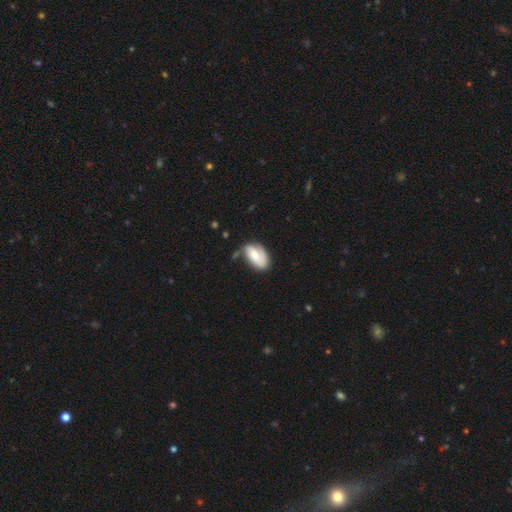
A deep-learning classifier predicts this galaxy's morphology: Smooth or featured?
  - smooth: 54% *
  - featured or disk: 39%
  - star or artifact: 7%
How rounded?
  - in between: 92% *
  - round: 5%
  - cigar-shaped: 3%
Merging?
  - none: 51% *
  - minor disturbance: 31%
  - major disturbance: 12%
  - merger: 7%